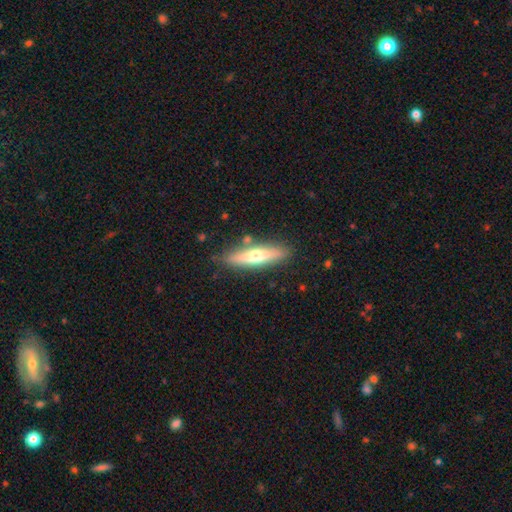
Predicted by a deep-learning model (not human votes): Smooth or featured?
  - smooth: 49% *
  - featured or disk: 45%
  - star or artifact: 6%
Merging?
  - none: 83% *
  - minor disturbance: 11%
  - merger: 4%
  - major disturbance: 2%